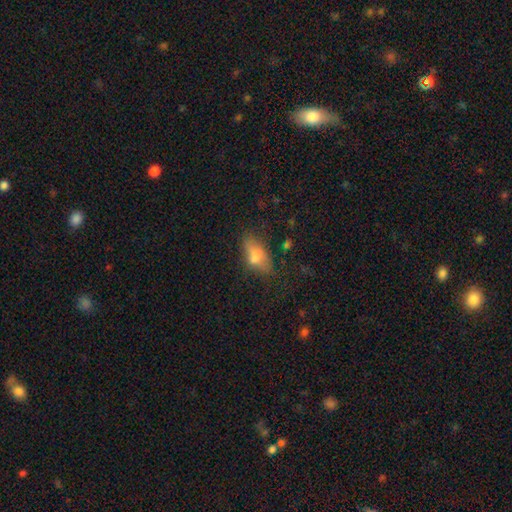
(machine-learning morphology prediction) Overall: smooth (71%). How rounded: in between (84%). Merging: none (49%; minor disturbance 28%).